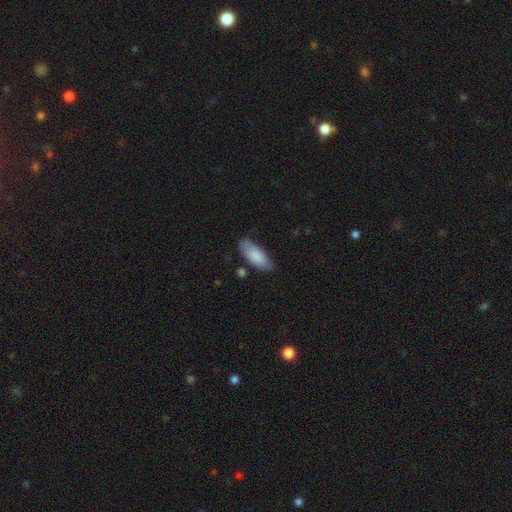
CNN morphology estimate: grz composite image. It shows a smooth galaxy with no disk features (86%) that is in between round and cigar-shaped (80%). Merging: none (76%).